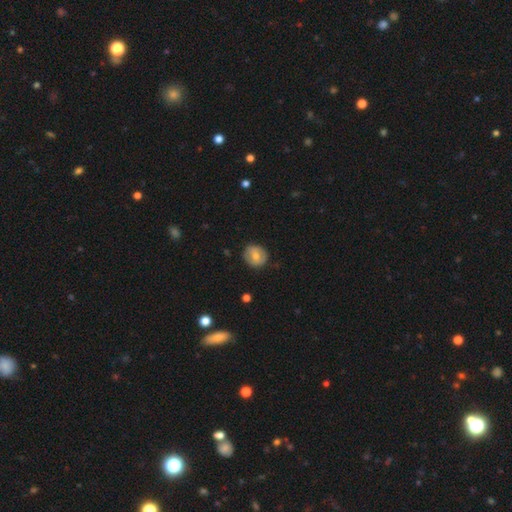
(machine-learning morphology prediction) The model was most divided on "smooth or featured": smooth: 64%, featured or disk: 28%, star or artifact: 8%. More confident: how rounded — round (84%); merging — none (83%).